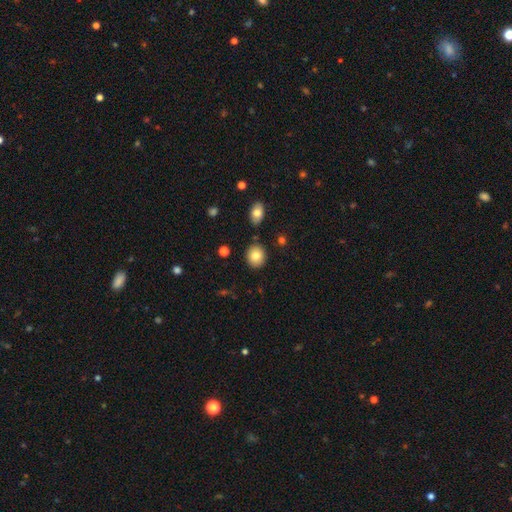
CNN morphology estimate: smooth-or-featured: smooth: 82% | featured or disk: 9% | star or artifact: 9%
  how-rounded: round: 72% | in between: 27% | cigar-shaped: 1%
  merging: none: 85% | minor disturbance: 9% | merger: 4% | major disturbance: 2%